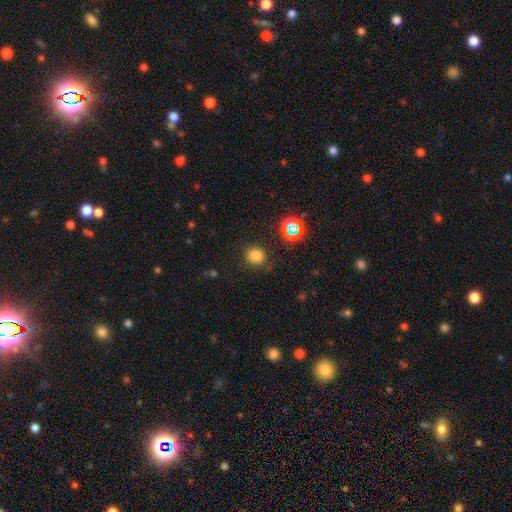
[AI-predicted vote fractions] A smooth galaxy with no disk features (77%) that is round (84%). Merging: none (85%).